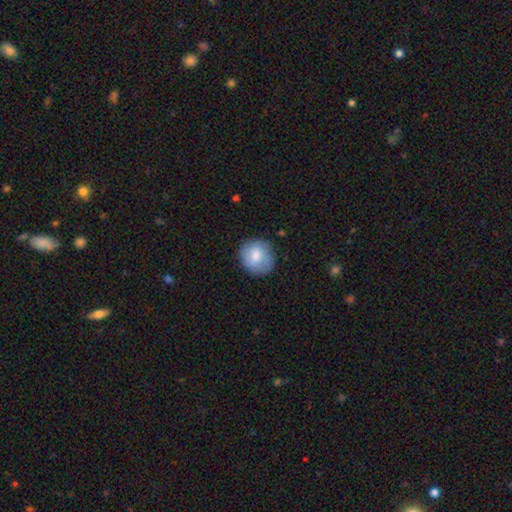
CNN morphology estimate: Smooth or featured? Predicted: smooth (p=0.75). How rounded? Predicted: round (p=0.84). Merging? Predicted: none (p=0.79).